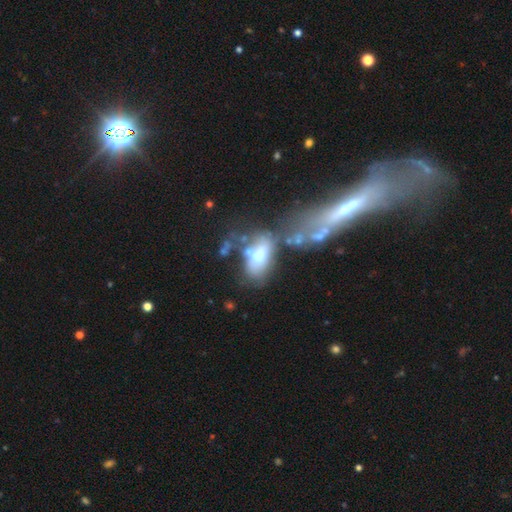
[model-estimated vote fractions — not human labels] Smooth or featured? Predicted: smooth (p=0.53). How rounded? Predicted: in between (p=0.87). Merging? Predicted: merger (p=0.36).